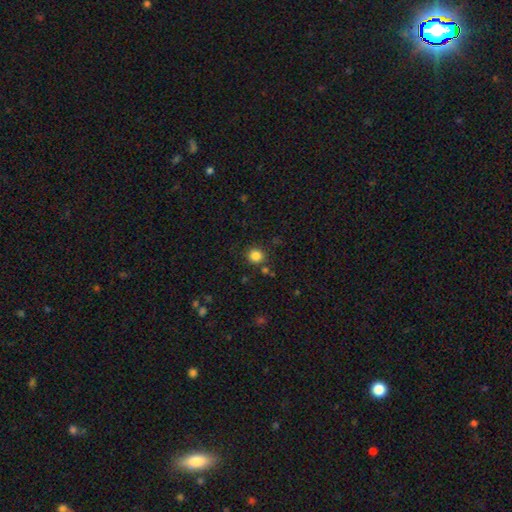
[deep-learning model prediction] Smooth or featured? Predicted: smooth (p=0.84). How rounded? Predicted: round (p=0.89). Merging? Predicted: none (p=0.85).